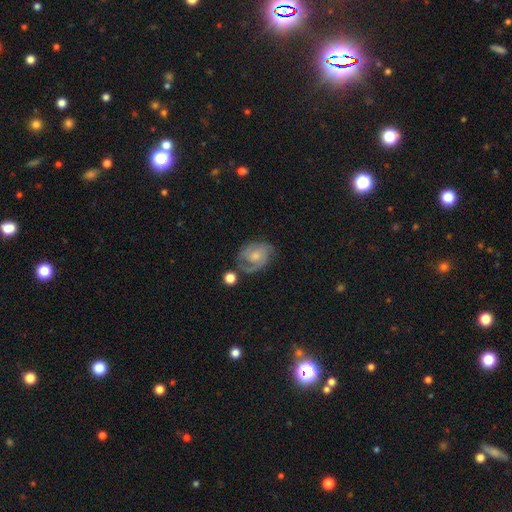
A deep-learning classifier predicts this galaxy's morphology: Smooth or featured: featured or disk — 71% (smooth — 22%)
Edge-on disk: no — 97% (yes — 3%)
Bar: no — 69% (weak — 28%)
Spiral arms: yes — 90% (no — 10%)
Spiral winding: tight — 44% (medium — 42%)
Spiral arm count: 2 — 44% (can't tell — 22%)
Bulge size: small — 48% (moderate — 39%)
Merging: none — 56% (minor disturbance — 24%)